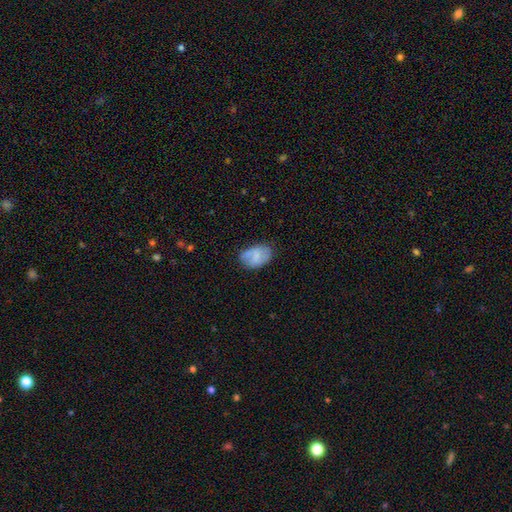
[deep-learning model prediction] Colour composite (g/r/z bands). It shows a smooth galaxy with no disk features (69%) that is in between round and cigar-shaped (87%). Merging: none (59%).